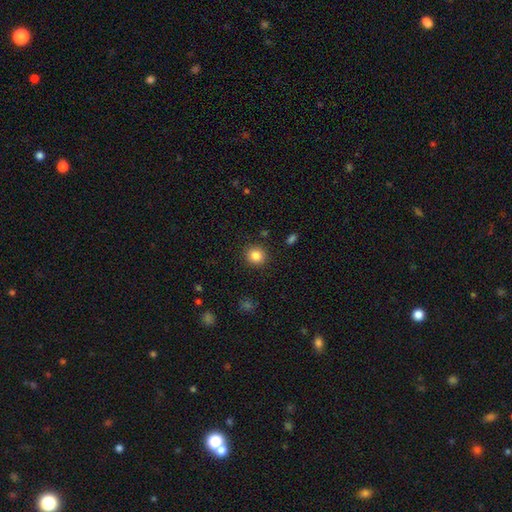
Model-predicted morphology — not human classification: Smooth or featured? Predicted: smooth (p=0.85). How rounded? Predicted: round (p=0.89). Merging? Predicted: none (p=0.91).